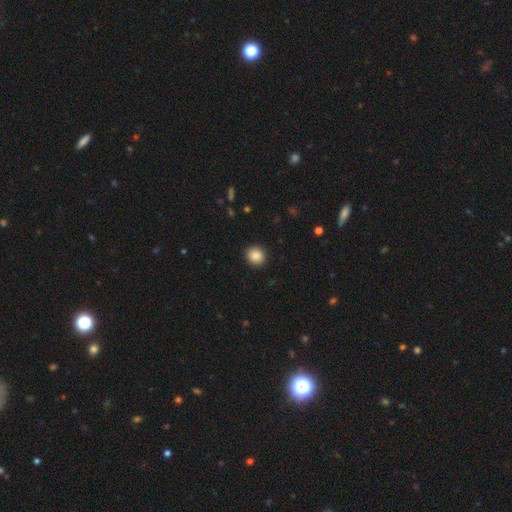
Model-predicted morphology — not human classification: smooth_or_featured: smooth (p=0.88) [alt: star or artifact p=0.09]
how_rounded: round (p=0.84) [alt: in between p=0.15]
merging: none (p=0.91) [alt: minor disturbance p=0.06]